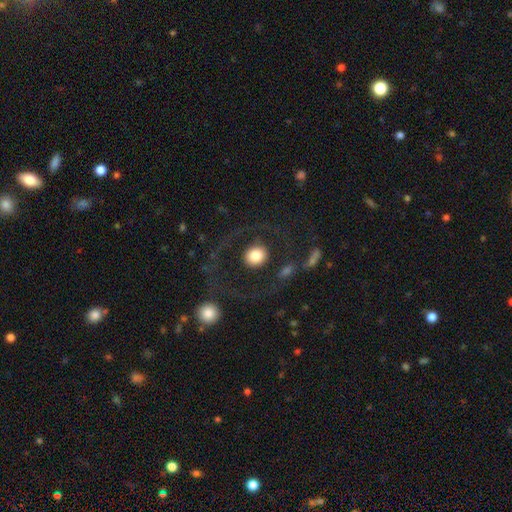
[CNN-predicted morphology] Smooth or featured? Predicted: smooth (p=0.70). How rounded? Predicted: round (p=0.86). Merging? Predicted: none (p=0.66).